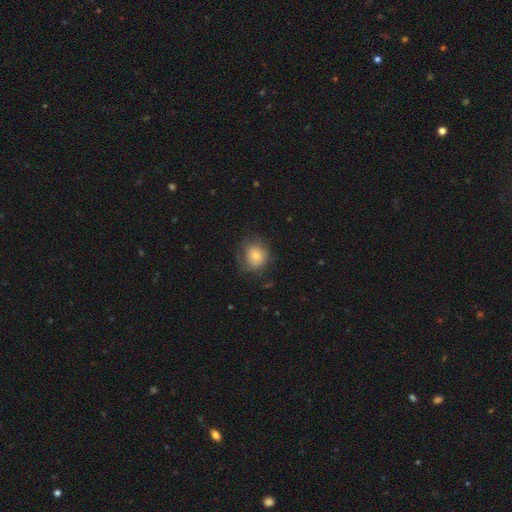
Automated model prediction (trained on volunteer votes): A smooth galaxy with no disk features (64%) that is round (75%).

Vote fractions:
- Smooth or featured? smooth: 64% / featured or disk: 27% / star or artifact: 9%
- How rounded? round: 75% / in between: 24% / cigar-shaped: 1%
- Merging? none: 60% / minor disturbance: 24% / major disturbance: 14% / merger: 1%